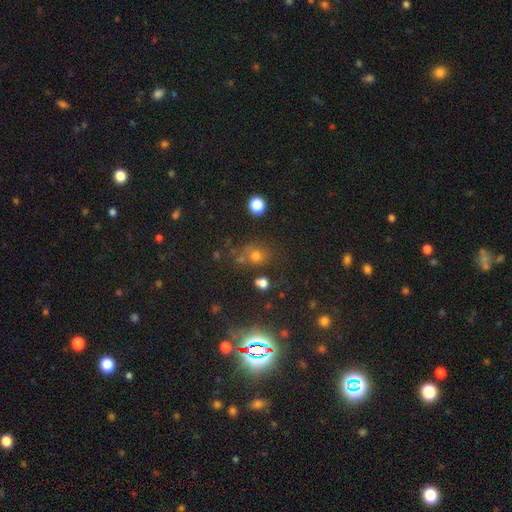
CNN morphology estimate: Overall: smooth (52%; star or artifact 38%). How rounded: round (74%). Merging: none (68%).